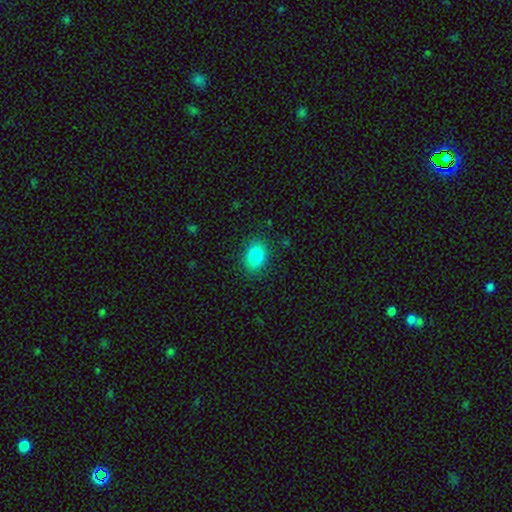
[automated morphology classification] A smooth galaxy with no disk features (84%) that is in between round and cigar-shaped (75%). Merging: none (87%).